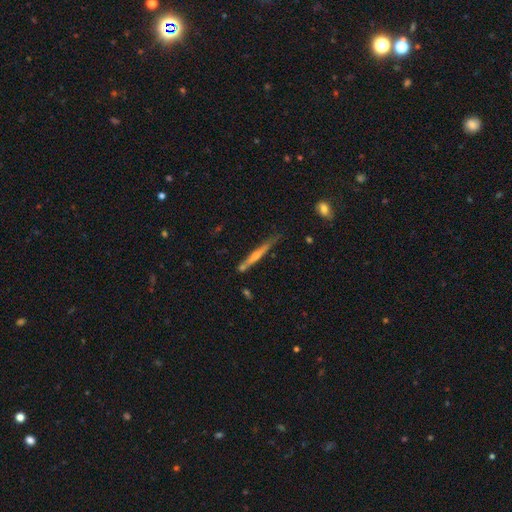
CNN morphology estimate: type=featured or disk (62%); edge-on=yes (96%); edge-on bulge=rounded (63%); merging=none (71%).